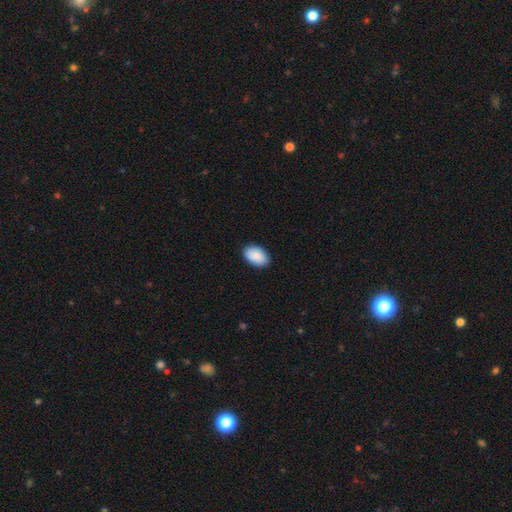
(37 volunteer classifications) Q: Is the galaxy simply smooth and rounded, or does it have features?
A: smooth — 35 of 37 (95%).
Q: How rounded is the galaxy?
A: in between — 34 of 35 (97%).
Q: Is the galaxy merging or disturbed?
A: none — 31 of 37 (84%).